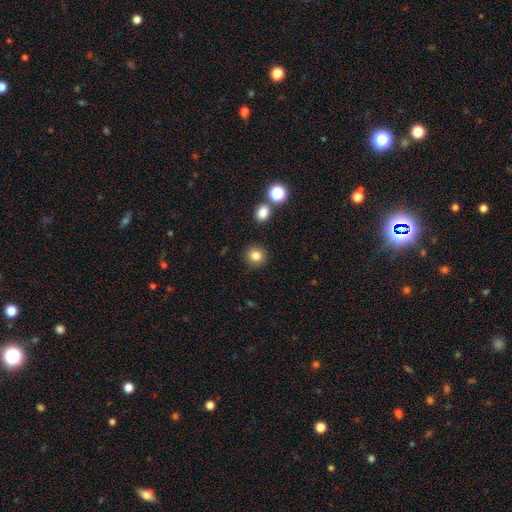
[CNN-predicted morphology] smooth-or-featured: smooth: 83% | star or artifact: 12% | featured or disk: 5%
  how-rounded: round: 90% | in between: 9% | cigar-shaped: 1%
  merging: none: 89% | minor disturbance: 6% | merger: 2% | major disturbance: 2%